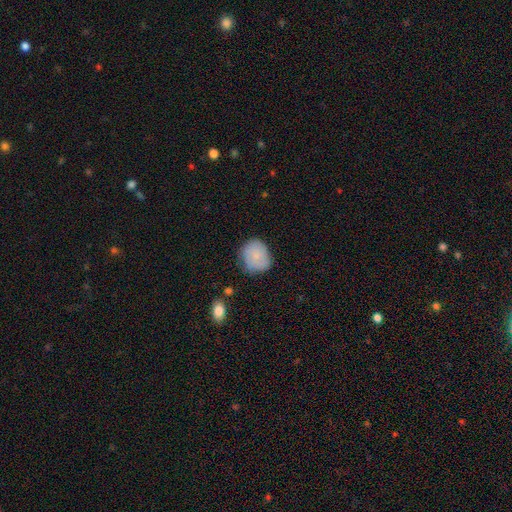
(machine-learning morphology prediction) The model was most divided on "merging": none: 69%, minor disturbance: 24%, major disturbance: 5%, merger: 2%. More confident: smooth or featured — smooth (77%); how rounded — round (73%).